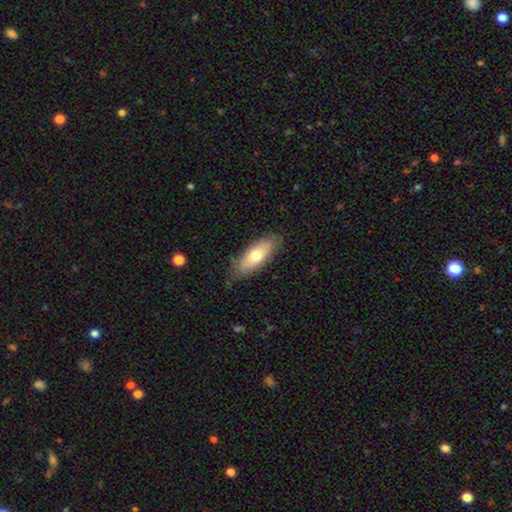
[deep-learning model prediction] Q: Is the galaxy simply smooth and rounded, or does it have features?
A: smooth — 70%.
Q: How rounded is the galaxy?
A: in between — 70%.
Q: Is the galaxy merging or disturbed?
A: none — 82%.